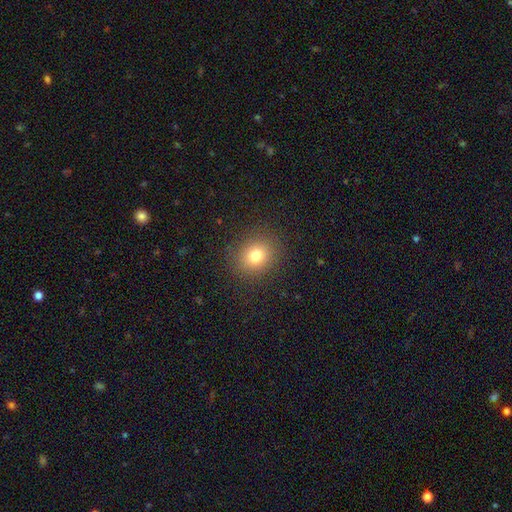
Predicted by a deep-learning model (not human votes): A smooth galaxy with no disk features (79%) that is round (72%).

Vote fractions:
- Smooth or featured? smooth: 79% / star or artifact: 13% / featured or disk: 8%
- How rounded? round: 72% / in between: 27% / cigar-shaped: 1%
- Merging? none: 88% / minor disturbance: 7% / major disturbance: 3% / merger: 1%